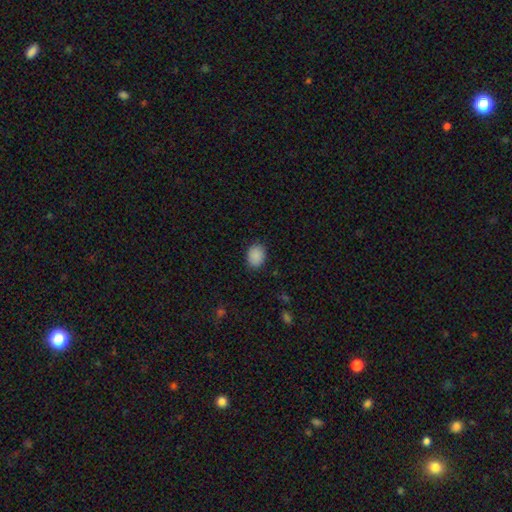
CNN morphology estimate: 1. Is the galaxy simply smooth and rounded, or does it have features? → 88% smooth, 8% star or artifact, 3% featured or disk.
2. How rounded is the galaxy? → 53% in between, 46% round, 1% cigar-shaped.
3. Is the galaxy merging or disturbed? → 85% none, 12% minor disturbance, 3% major disturbance, 1% merger.